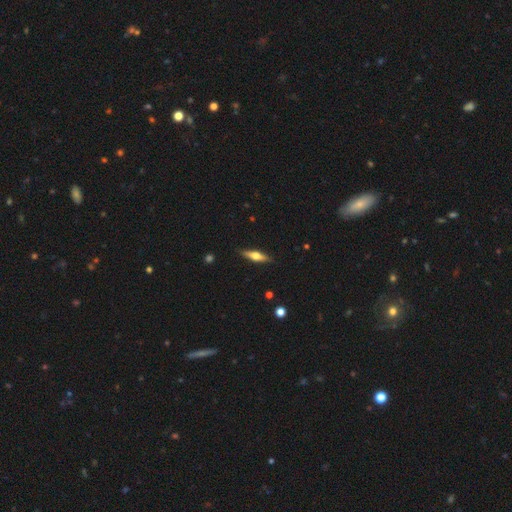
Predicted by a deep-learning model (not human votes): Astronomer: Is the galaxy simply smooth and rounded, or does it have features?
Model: featured or disk — 58% (runner-up: smooth, 36%).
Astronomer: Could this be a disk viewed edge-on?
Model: yes — 94%.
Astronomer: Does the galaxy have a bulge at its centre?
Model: rounded — 93%.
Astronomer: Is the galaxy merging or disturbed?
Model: none — 89%.